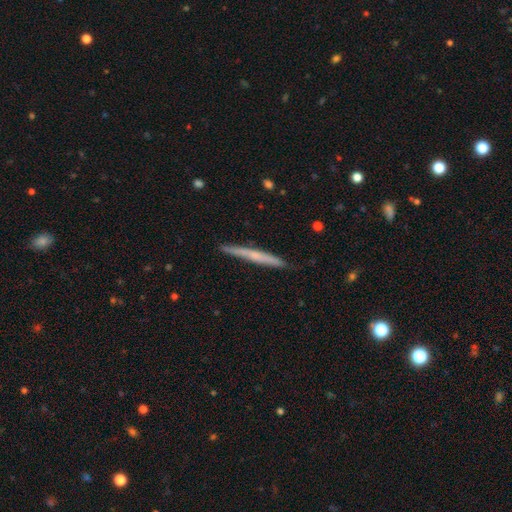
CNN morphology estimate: smooth_or_featured: featured or disk (p=0.49) [alt: smooth p=0.45]
merging: none (p=0.89) [alt: minor disturbance p=0.09]